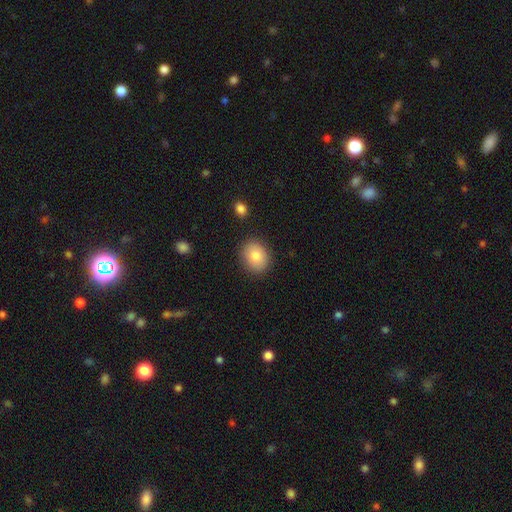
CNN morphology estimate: Smooth or featured?
  - smooth: 82% *
  - featured or disk: 10%
  - star or artifact: 8%
How rounded?
  - round: 58% *
  - in between: 41%
  - cigar-shaped: 1%
Merging?
  - none: 87% *
  - minor disturbance: 9%
  - major disturbance: 2%
  - merger: 2%